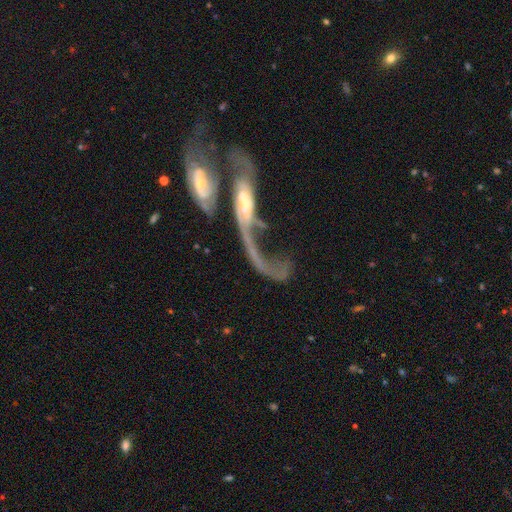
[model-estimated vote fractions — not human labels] smooth-or-featured: featured or disk: 74% | smooth: 17% | star or artifact: 9%
  disk-edge-on: no: 86% | yes: 14%
    bar: no: 50% | weak: 30% | strong: 20%
    has-spiral-arms: yes: 74% | no: 26%
    bulge-size: small: 39% | moderate: 31% | none: 20% | large: 7% | dominant: 3%
  merging: merger: 59% | major disturbance: 22% | none: 12% | minor disturbance: 6%